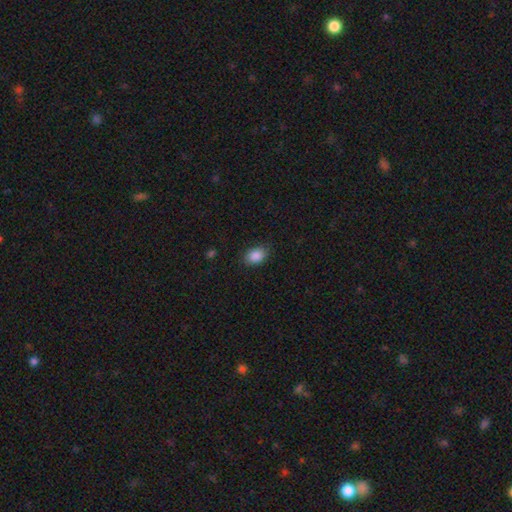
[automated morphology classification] Smooth or featured: smooth — 88% (star or artifact — 8%)
How rounded: in between — 80% (round — 19%)
Merging: none — 84% (minor disturbance — 12%)